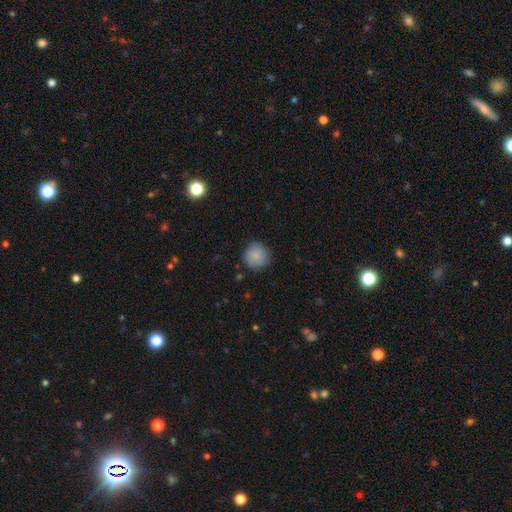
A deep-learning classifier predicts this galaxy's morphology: Smooth or featured: smooth — 86% (star or artifact — 8%)
How rounded: round — 94% (in between — 5%)
Merging: none — 85% (minor disturbance — 11%)